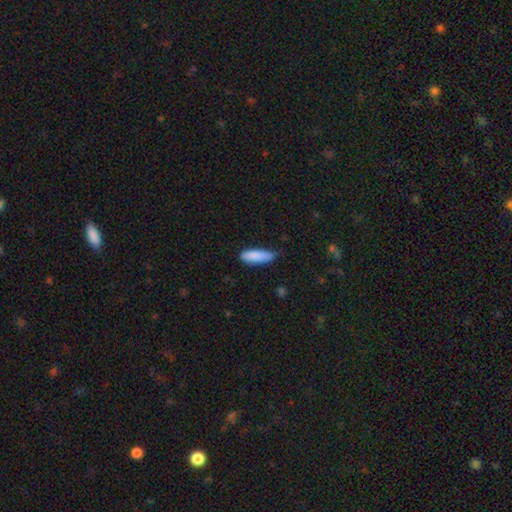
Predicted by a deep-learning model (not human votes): A smooth galaxy with no disk features (88%) that is in between round and cigar-shaped (52%).

Vote fractions:
- Smooth or featured? smooth: 88% / featured or disk: 6% / star or artifact: 6%
- How rounded? in between: 52% / cigar-shaped: 46% / round: 2%
- Merging? none: 65% / minor disturbance: 30% / major disturbance: 4% / merger: 2%